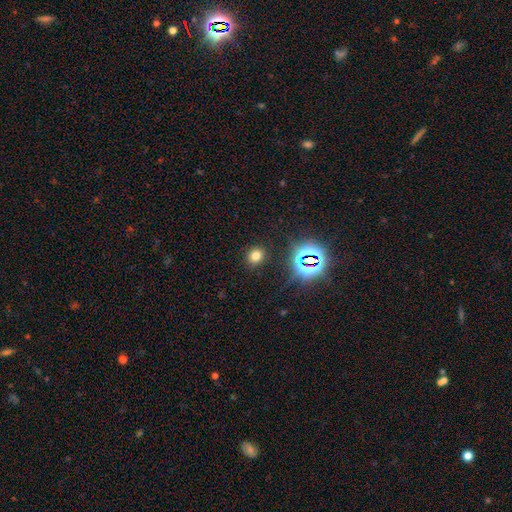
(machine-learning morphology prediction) Smooth or featured? smooth (70%)
How rounded? round (74%)
Merging? none (87%)